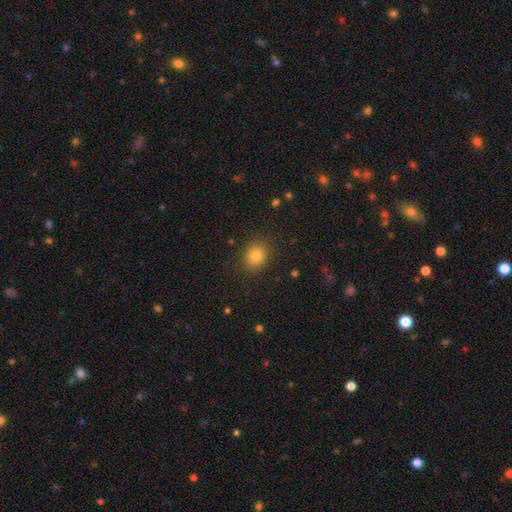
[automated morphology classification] The model was most divided on "how rounded": round: 69%, in between: 30%, cigar-shaped: 1%. More confident: merging — none (88%); smooth or featured — smooth (82%).